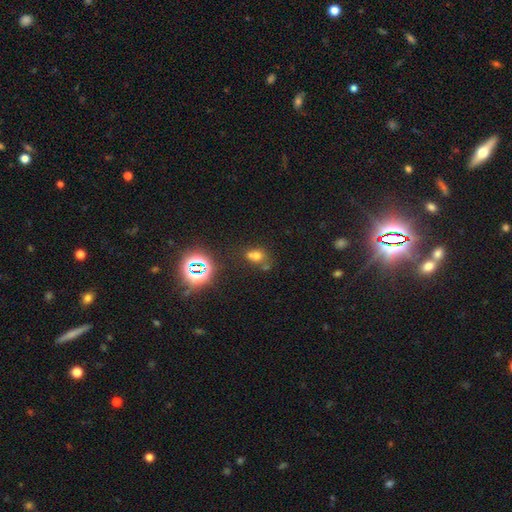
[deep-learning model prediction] This appears to be a smooth galaxy with no disk features (58%) that is round (53%). Merging: none (42%).